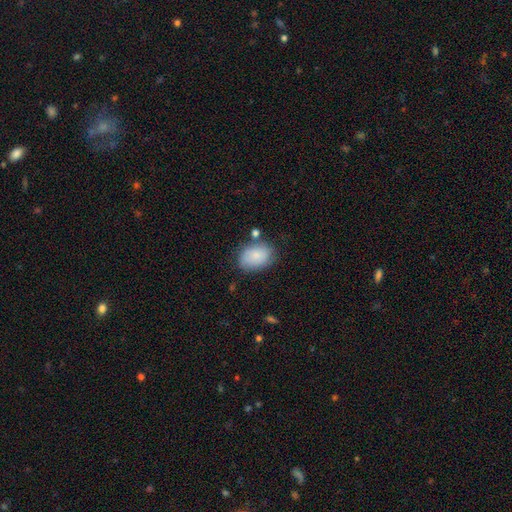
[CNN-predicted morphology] smooth-or-featured: smooth: 81% | featured or disk: 11% | star or artifact: 7%
  how-rounded: in between: 81% | round: 18% | cigar-shaped: 1%
  merging: none: 68% | minor disturbance: 20% | merger: 6% | major disturbance: 6%